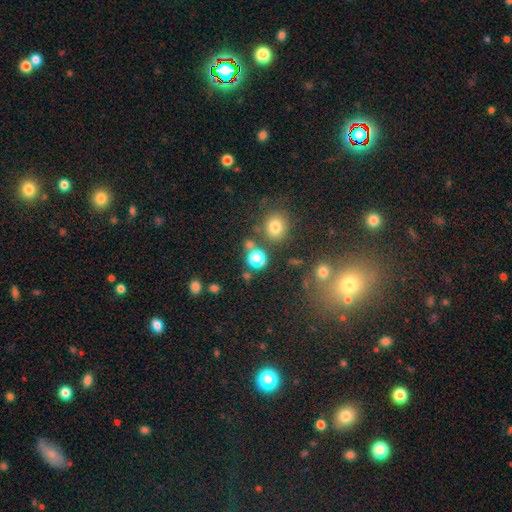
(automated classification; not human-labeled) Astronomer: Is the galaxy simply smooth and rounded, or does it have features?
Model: smooth — 64%.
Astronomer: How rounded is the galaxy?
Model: round — 82%.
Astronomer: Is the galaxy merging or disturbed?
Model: none — 78%.